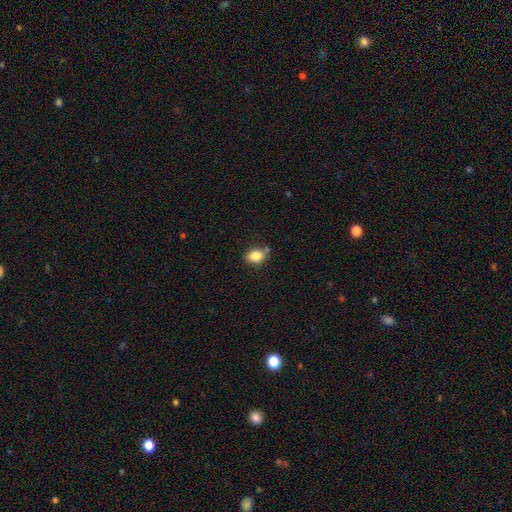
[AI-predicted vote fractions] Q: Smooth or featured?
A: smooth (85%); runner-up: star or artifact (9%)
Q: How rounded?
A: in between (64%); runner-up: round (34%)
Q: Merging?
A: none (65%); runner-up: minor disturbance (19%)